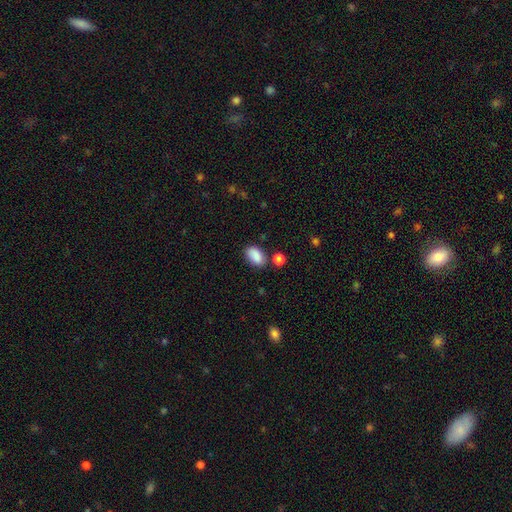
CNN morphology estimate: A smooth galaxy with no disk features (87%) that is in between round and cigar-shaped (90%). Merging: none (70%).